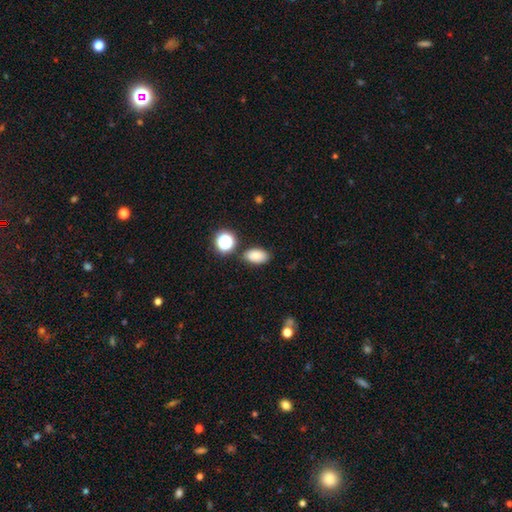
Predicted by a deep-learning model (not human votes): This is clearly a smooth galaxy (81%). How rounded: clearly in between (88%). Merging: likely none (80%).